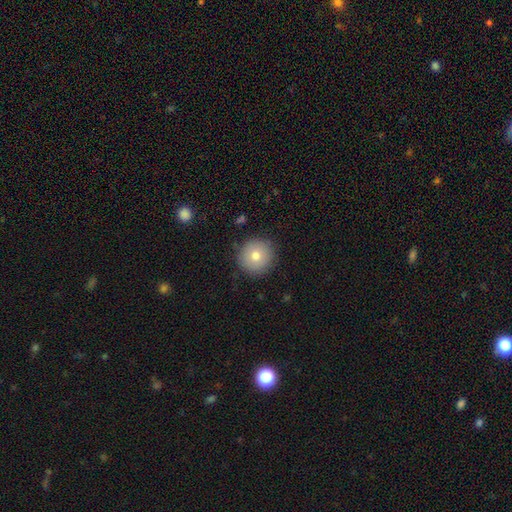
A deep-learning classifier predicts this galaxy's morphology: smooth 76%, featured or disk 14%, star or artifact 9%. Down the decision tree: how rounded — round (95%); merging — none (89%).